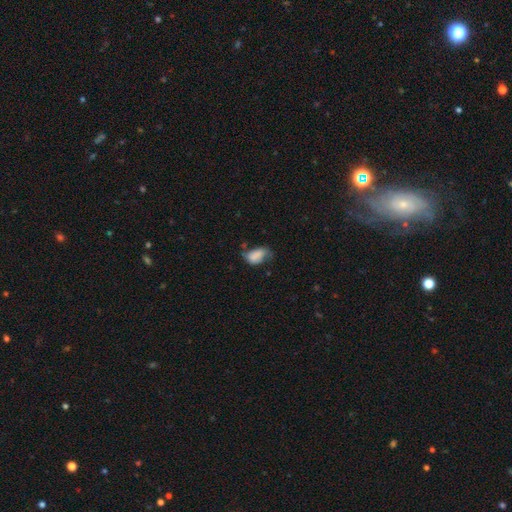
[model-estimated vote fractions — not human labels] smooth_or_featured: smooth (p=0.78) [alt: featured or disk p=0.13]
how_rounded: in between (p=0.89) [alt: round p=0.10]
merging: minor disturbance (p=0.38) [alt: none p=0.36]